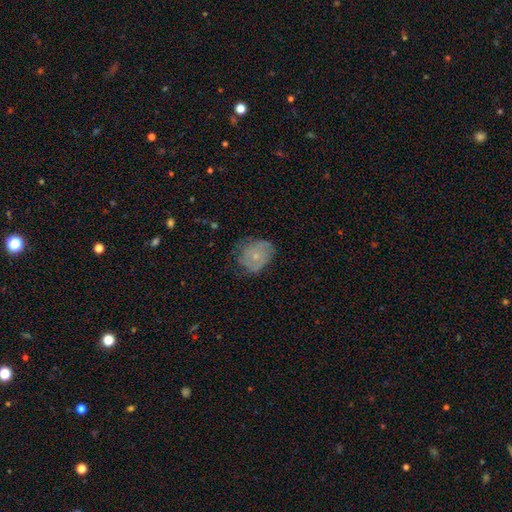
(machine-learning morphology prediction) Smooth or featured?
  - smooth: 55% *
  - featured or disk: 37%
  - star or artifact: 8%
How rounded?
  - round: 54% *
  - in between: 45%
  - cigar-shaped: 1%
Merging?
  - none: 52% *
  - minor disturbance: 32%
  - major disturbance: 14%
  - merger: 2%